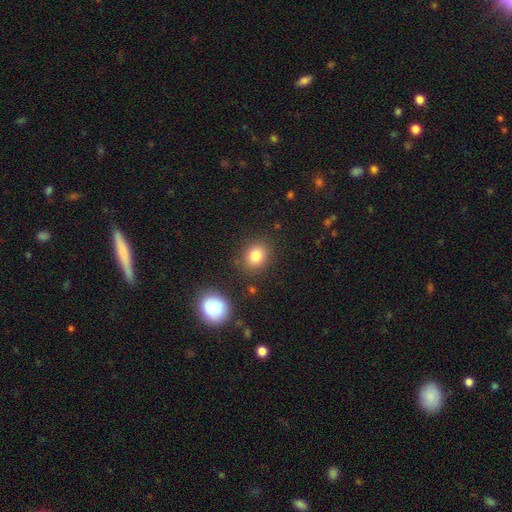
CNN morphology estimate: Smooth or featured: smooth — 82% (star or artifact — 10%)
How rounded: round — 64% (in between — 35%)
Merging: none — 84% (minor disturbance — 9%)